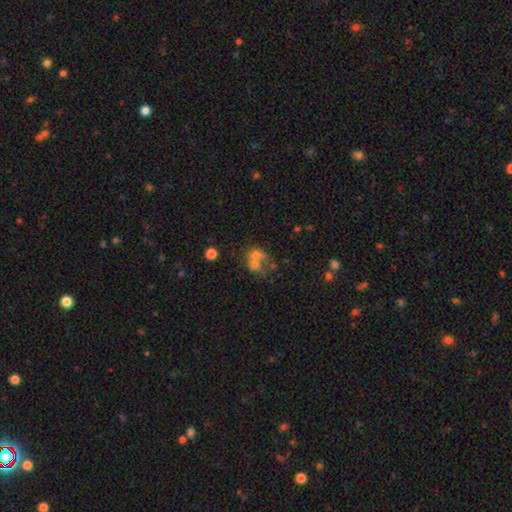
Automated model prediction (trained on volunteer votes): Smooth or featured?
  - smooth: 58% *
  - featured or disk: 27%
  - star or artifact: 14%
How rounded?
  - round: 56% *
  - in between: 43%
  - cigar-shaped: 1%
Merging?
  - merger: 65% *
  - none: 20%
  - major disturbance: 8%
  - minor disturbance: 7%